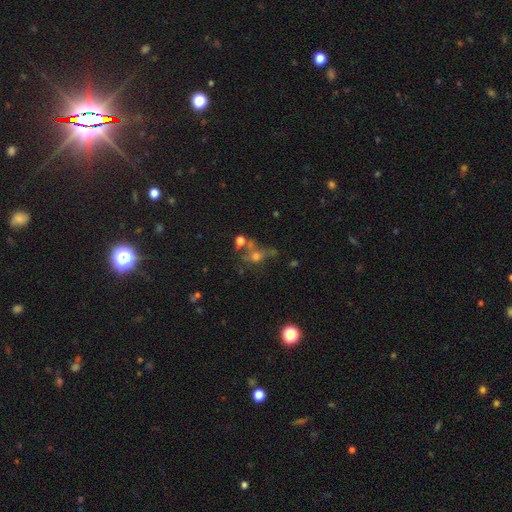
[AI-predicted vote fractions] Smooth or featured? smooth (40%)
Merging? none (45%)